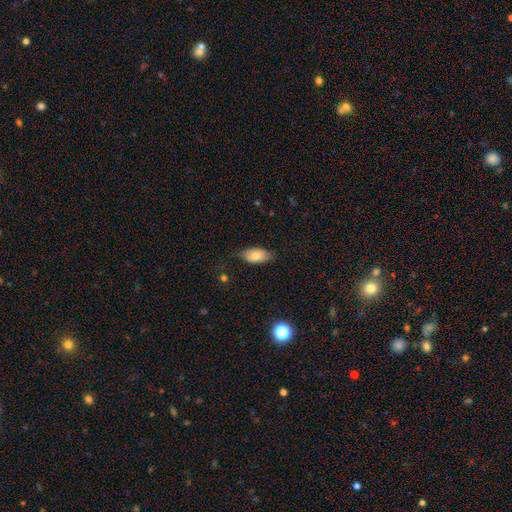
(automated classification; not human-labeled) Q: Smooth or featured?
A: smooth (74%); runner-up: featured or disk (18%)
Q: How rounded?
A: in between (92%); runner-up: cigar-shaped (5%)
Q: Merging?
A: none (71%); runner-up: minor disturbance (22%)